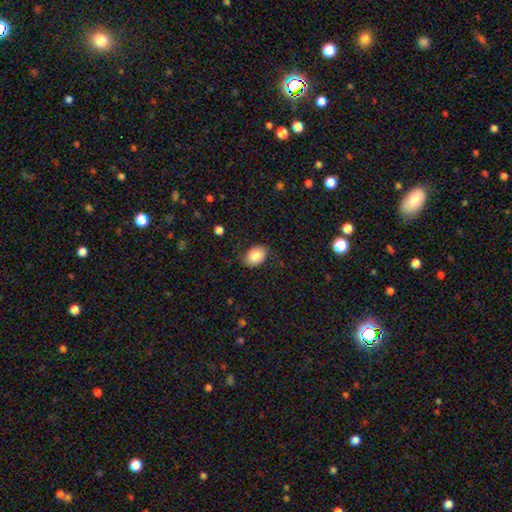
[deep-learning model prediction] Smooth or featured? Predicted: smooth (p=0.81). How rounded? Predicted: in between (p=0.75). Merging? Predicted: none (p=0.74).